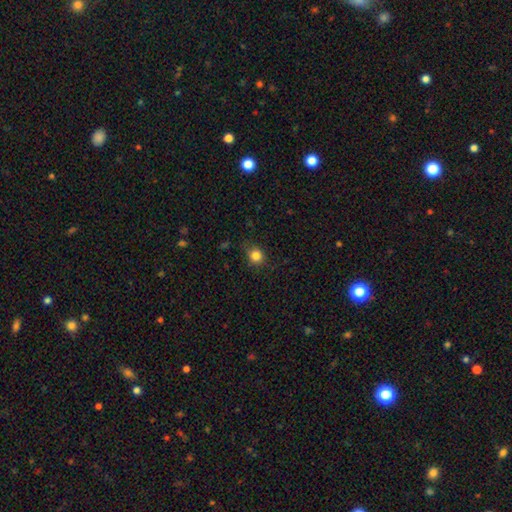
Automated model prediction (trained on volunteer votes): smooth 84%, star or artifact 11%, featured or disk 5%. Down the decision tree: how rounded — round (80%); merging — none (76%).